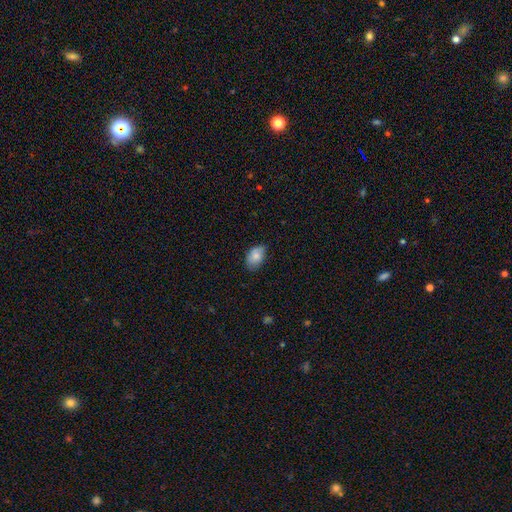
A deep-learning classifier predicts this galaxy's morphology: smooth-or-featured: smooth: 81% | featured or disk: 12% | star or artifact: 7%
  how-rounded: in between: 89% | round: 10% | cigar-shaped: 1%
  merging: none: 66% | minor disturbance: 28% | major disturbance: 4% | merger: 1%